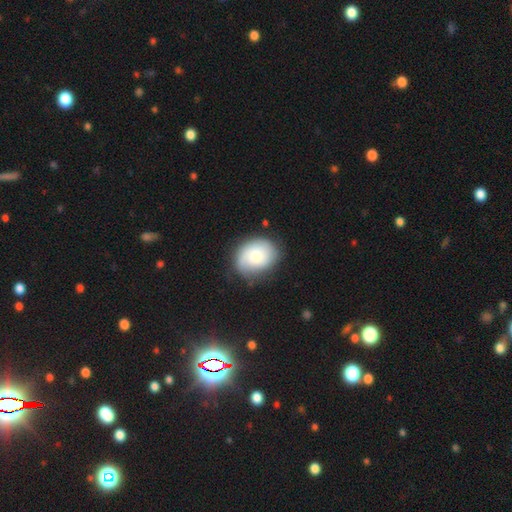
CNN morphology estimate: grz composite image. It shows a smooth galaxy with no disk features (64%) that is in between round and cigar-shaped (51%). Merging: none (70%).